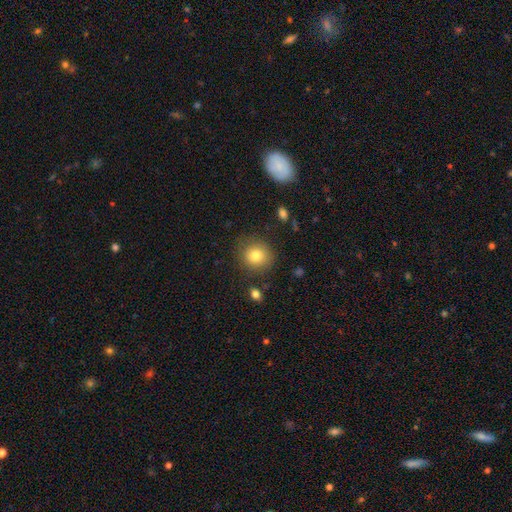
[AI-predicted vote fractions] A smooth galaxy with no disk features (79%) that is round (86%). Merging: none (83%).